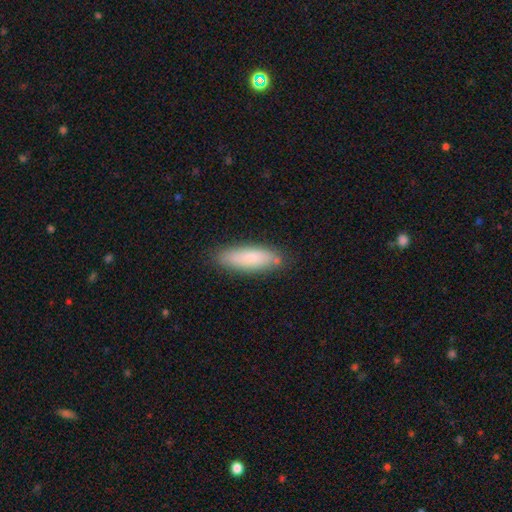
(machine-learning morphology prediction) This appears to be a smooth galaxy with no disk features (82%) that is in between round and cigar-shaped (53%). Merging: none (80%).